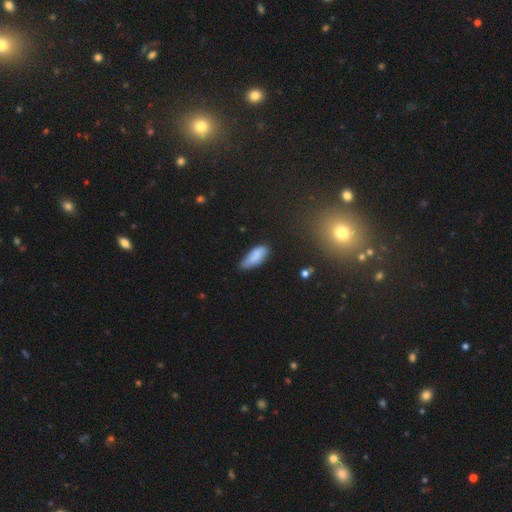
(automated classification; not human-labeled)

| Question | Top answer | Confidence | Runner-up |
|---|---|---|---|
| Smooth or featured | smooth | 82% | featured or disk (10%) |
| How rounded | in between | 74% | cigar-shaped (24%) |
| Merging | none | 48% | minor disturbance (41%) |